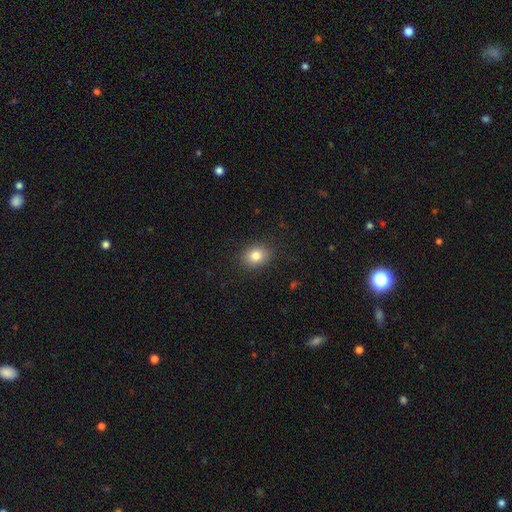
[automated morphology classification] This appears to be a smooth galaxy with no disk features (82%) that is in between round and cigar-shaped (57%). Merging: none (88%).